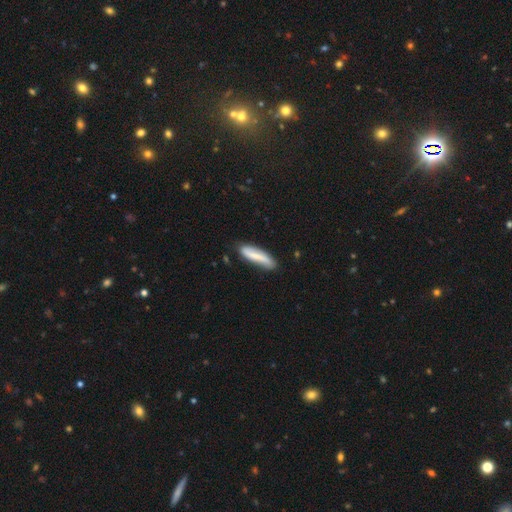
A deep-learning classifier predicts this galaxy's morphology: The model was most divided on "smooth or featured": smooth: 65%, featured or disk: 29%, star or artifact: 6%. More confident: merging — none (75%); how rounded — cigar-shaped (74%).